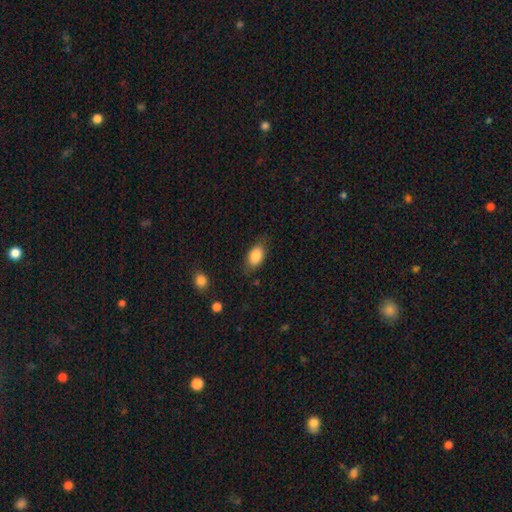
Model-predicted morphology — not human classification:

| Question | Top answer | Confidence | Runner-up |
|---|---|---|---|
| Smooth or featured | smooth | 85% | featured or disk (8%) |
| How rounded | in between | 87% | round (10%) |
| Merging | none | 76% | minor disturbance (18%) |